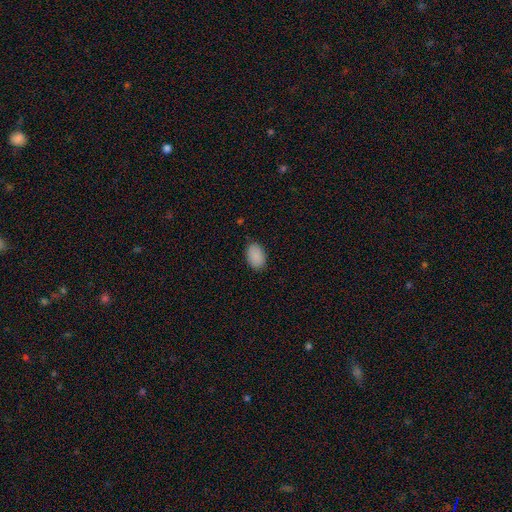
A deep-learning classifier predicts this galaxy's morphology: type=smooth (90%); roundness=in between (89%); merging=none (86%).